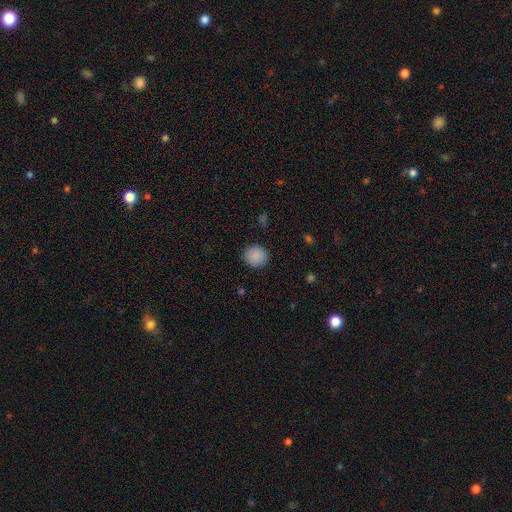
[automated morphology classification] smooth_or_featured: smooth (p=0.89) [alt: star or artifact p=0.08]
how_rounded: round (p=0.89) [alt: in between p=0.10]
merging: none (p=0.90) [alt: minor disturbance p=0.07]